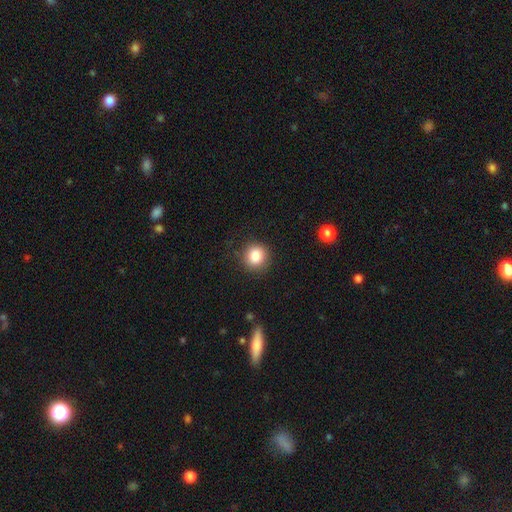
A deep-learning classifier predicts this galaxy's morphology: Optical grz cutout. It shows a smooth galaxy with no disk features (84%) that is round (90%). Merging: none (88%).